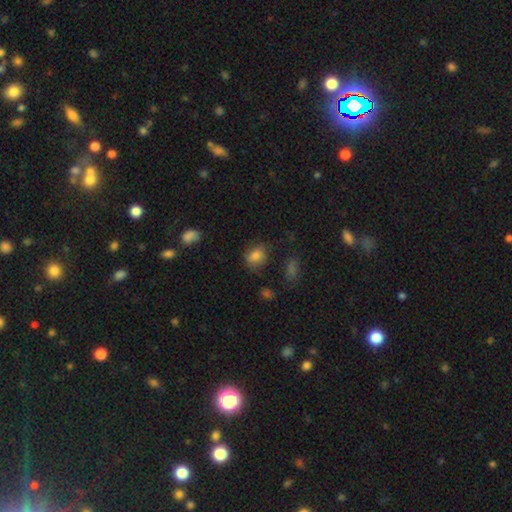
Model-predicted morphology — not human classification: Smooth or featured: smooth — 82% (star or artifact — 11%)
How rounded: in between — 52% (round — 47%)
Merging: none — 66% (minor disturbance — 23%)